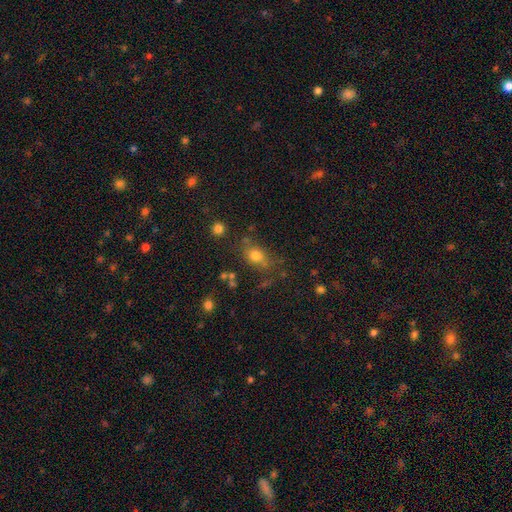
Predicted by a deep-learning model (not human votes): This appears to be a smooth galaxy with no disk features (73%) that is in between round and cigar-shaped (55%). Merging: none (63%).